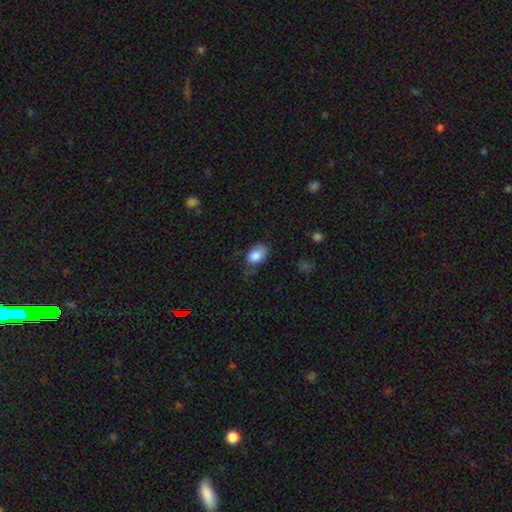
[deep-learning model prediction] Morphology: type=smooth (85%); roundness=in between (88%); merging=none (55%).